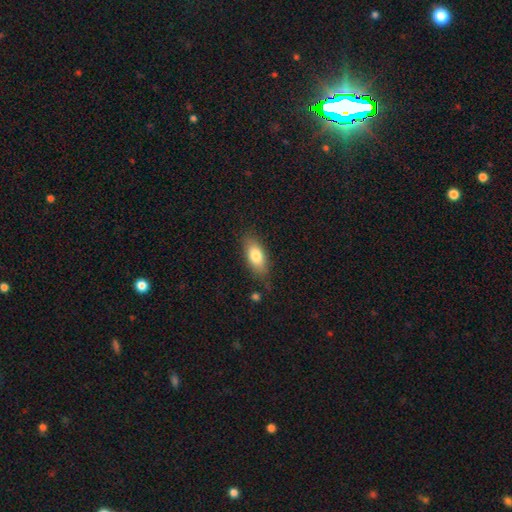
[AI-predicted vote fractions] Smooth or featured?
  - smooth: 78% *
  - featured or disk: 15%
  - star or artifact: 7%
How rounded?
  - in between: 83% *
  - cigar-shaped: 14%
  - round: 4%
Merging?
  - none: 77% *
  - minor disturbance: 17%
  - major disturbance: 4%
  - merger: 2%